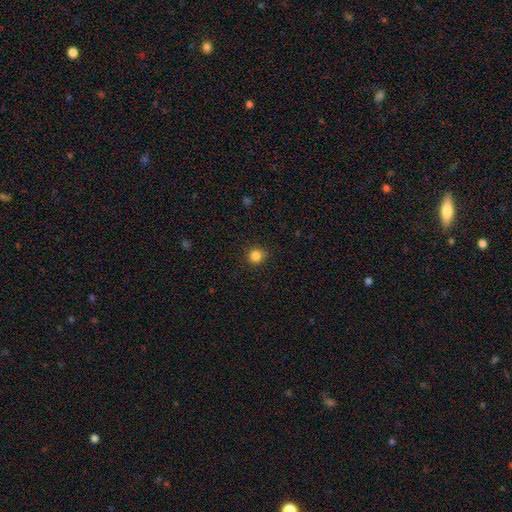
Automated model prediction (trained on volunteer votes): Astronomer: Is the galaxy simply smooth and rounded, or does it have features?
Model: smooth — 85%.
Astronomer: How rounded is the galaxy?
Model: round — 90%.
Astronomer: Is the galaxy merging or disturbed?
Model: none — 88%.